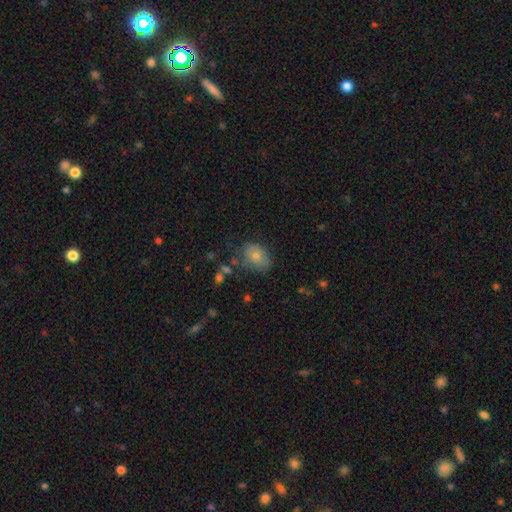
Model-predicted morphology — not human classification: Q: Smooth or featured?
A: smooth (77%); runner-up: featured or disk (14%)
Q: How rounded?
A: in between (72%); runner-up: round (27%)
Q: Merging?
A: none (61%); runner-up: minor disturbance (25%)